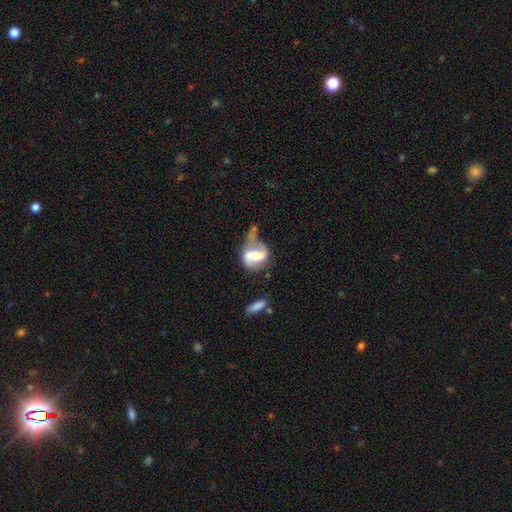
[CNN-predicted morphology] Smooth or featured? featured or disk (61%)
Edge-on disk? no (96%)
Bar? weak (41%)
Spiral arms? yes (78%)
Bulge size? moderate (37%)
Merging? major disturbance (34%)